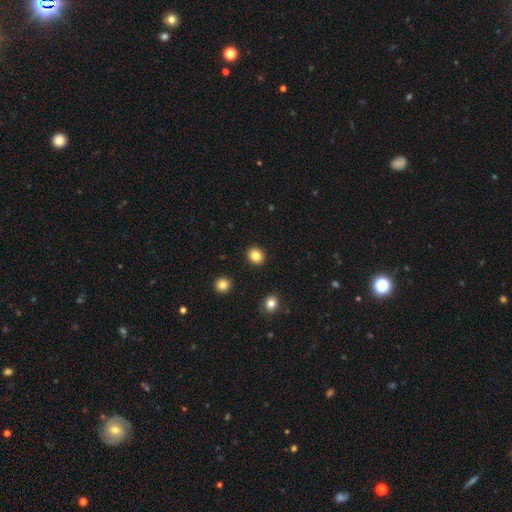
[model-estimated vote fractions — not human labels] smooth 83%, star or artifact 11%, featured or disk 6%. Down the decision tree: how rounded — round (80%); merging — none (92%).